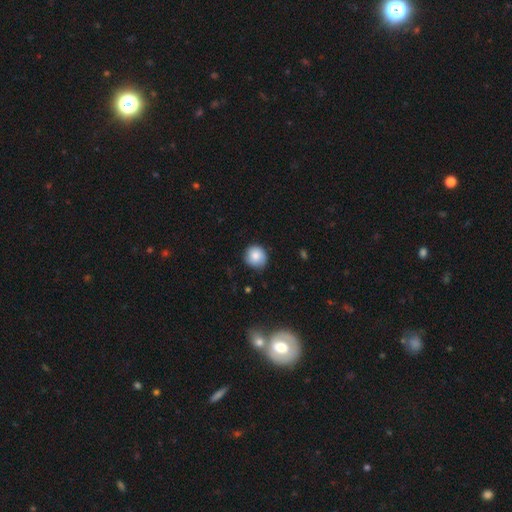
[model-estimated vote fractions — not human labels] Morphology: type=smooth (84%); roundness=round (91%); merging=none (83%).